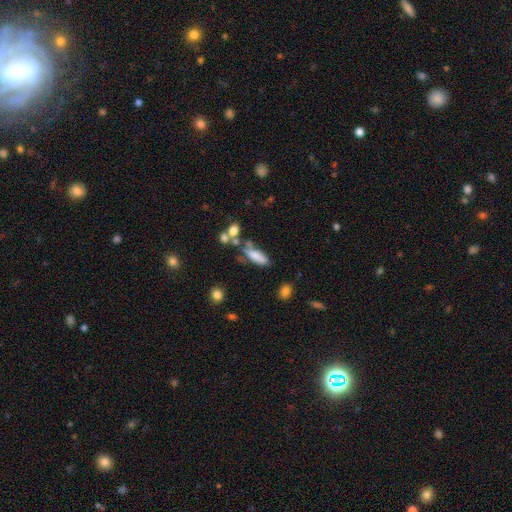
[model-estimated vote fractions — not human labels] This appears to be a smooth galaxy with no disk features (73%) that is in between round and cigar-shaped (55%). Merging: none (42%).